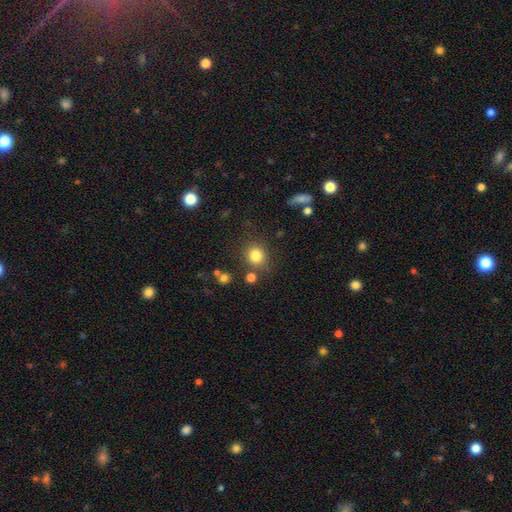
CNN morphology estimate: Smooth or featured: smooth — 82% (star or artifact — 12%)
How rounded: round — 83% (in between — 16%)
Merging: none — 78% (minor disturbance — 11%)